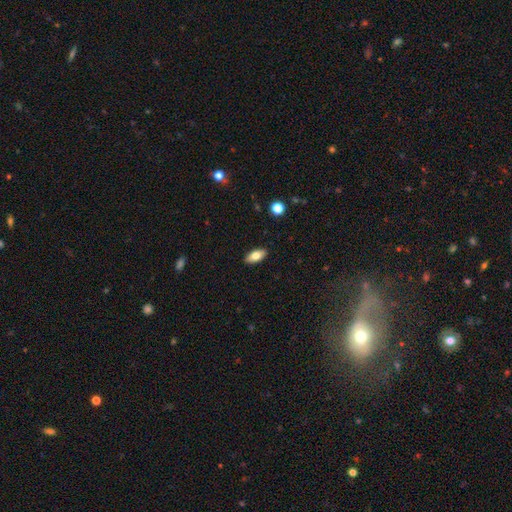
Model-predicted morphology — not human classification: A smooth galaxy with no disk features (75%) that is in between round and cigar-shaped (87%). Merging: none (89%).